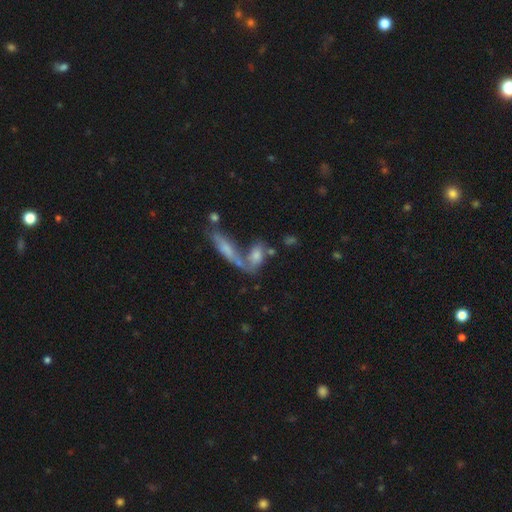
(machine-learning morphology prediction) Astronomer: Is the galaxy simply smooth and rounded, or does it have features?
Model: smooth — 60%.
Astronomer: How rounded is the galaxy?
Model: in between — 62%.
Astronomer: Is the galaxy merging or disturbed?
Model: merger — 49% (runner-up: none, 34%).